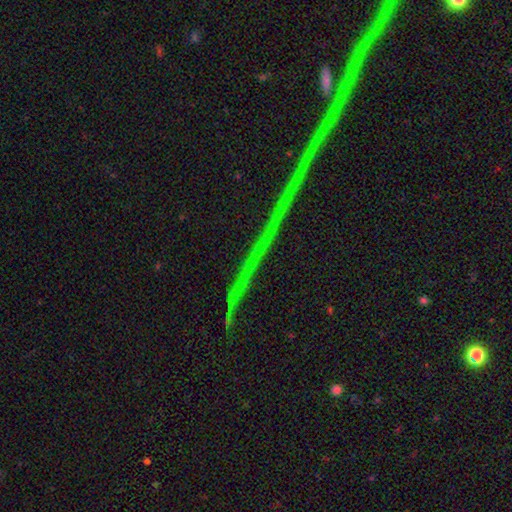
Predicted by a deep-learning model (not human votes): Smooth or featured? star or artifact (84%)